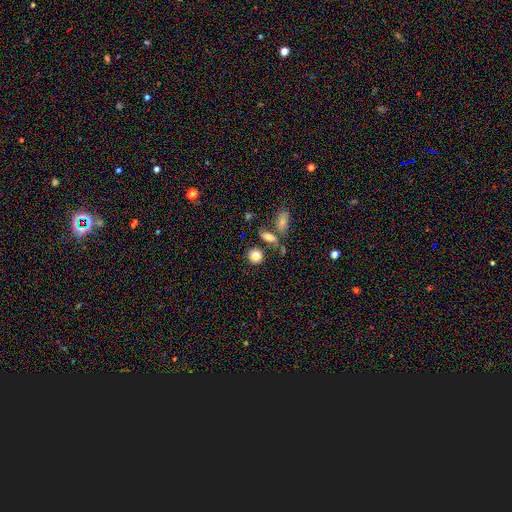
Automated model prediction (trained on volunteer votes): This appears to be a smooth galaxy with no disk features (77%) that is round (67%). Merging: none (61%).